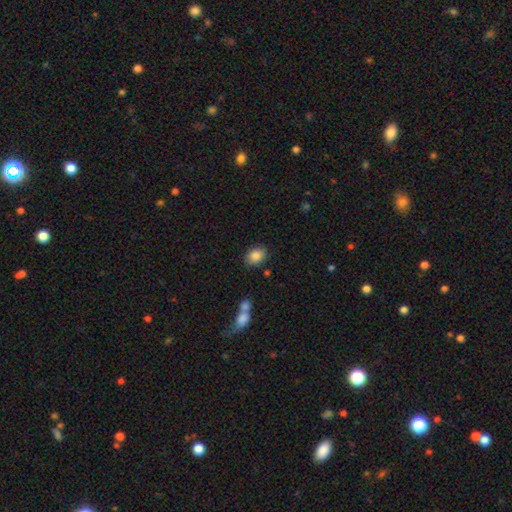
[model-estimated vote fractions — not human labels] smooth_or_featured: smooth (p=0.85) [alt: star or artifact p=0.08]
how_rounded: in between (p=0.69) [alt: round p=0.30]
merging: none (p=0.80) [alt: minor disturbance p=0.12]